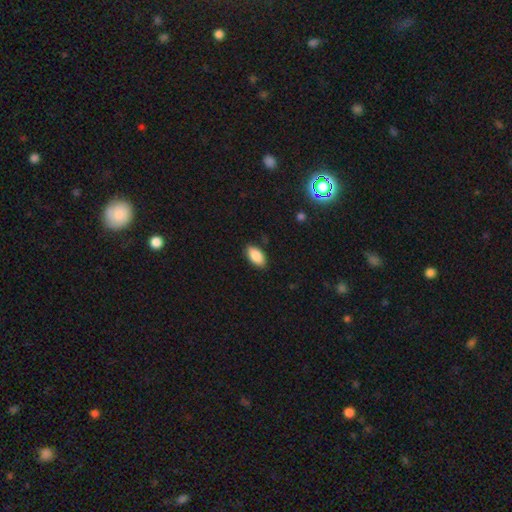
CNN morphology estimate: A smooth galaxy with no disk features (88%) that is in between round and cigar-shaped (93%). Merging: none (86%).